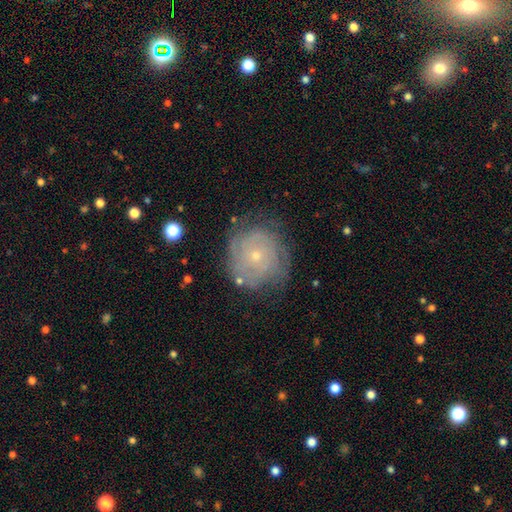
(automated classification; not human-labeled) Smooth or featured? Predicted: featured or disk (p=0.70). Edge-on disk? Predicted: no (p=0.97). Bar? Predicted: no (p=0.84). Spiral arms? Predicted: yes (p=0.84). Spiral winding? Predicted: tight (p=0.74). Spiral arm count? Predicted: can't tell (p=0.49). Bulge size? Predicted: small (p=0.78). Merging? Predicted: none (p=0.71).